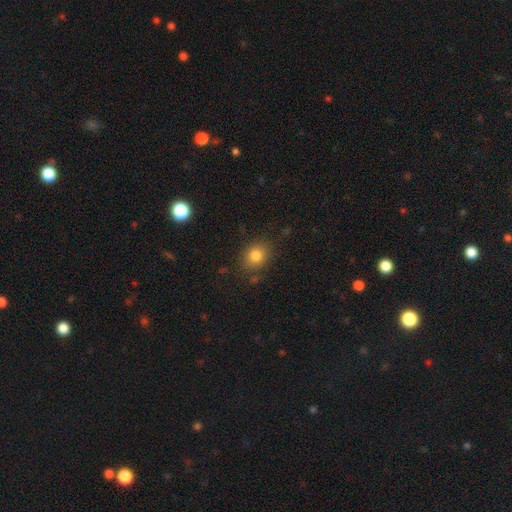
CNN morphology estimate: Smooth or featured? smooth (81%)
How rounded? round (64%)
Merging? none (82%)